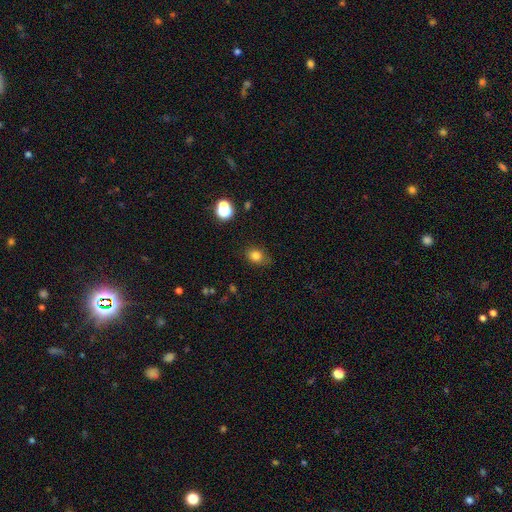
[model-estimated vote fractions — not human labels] A smooth galaxy with no disk features (80%) that is in between round and cigar-shaped (54%). Merging: none (75%).